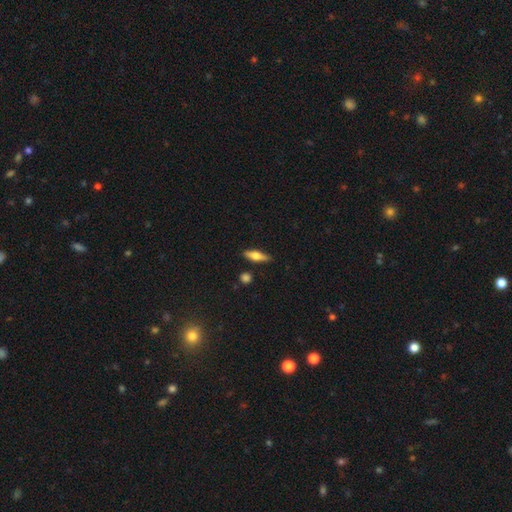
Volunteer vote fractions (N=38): Smooth or featured: smooth — 53% (featured or disk — 45%)
How rounded: in between — 60% (cigar-shaped — 40%)
Merging: none — 92% (minor disturbance — 3%)